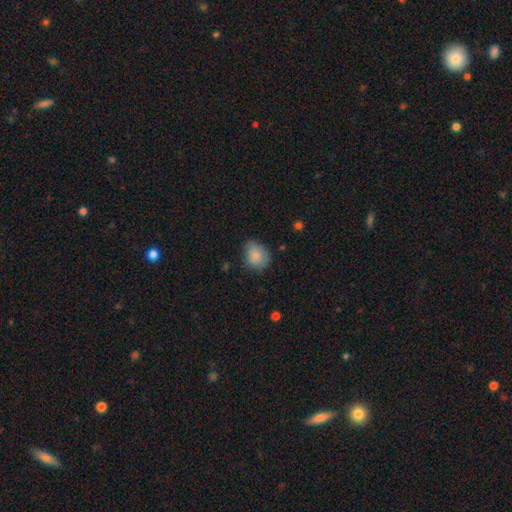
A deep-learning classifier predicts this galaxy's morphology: type=smooth (83%); roundness=round (59%); merging=none (62%).